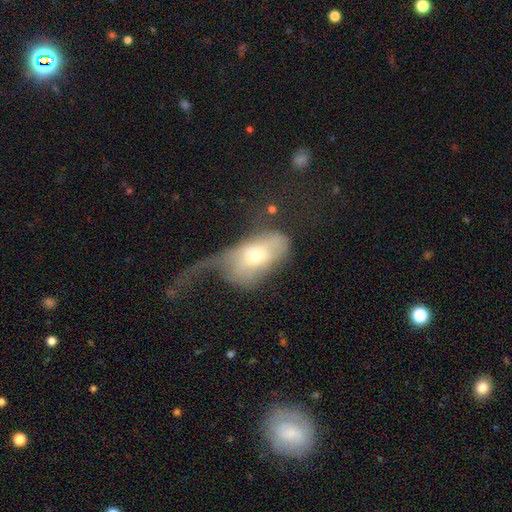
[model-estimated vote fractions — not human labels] Overall: smooth (52%; featured or disk 41%). How rounded: in between (84%). Merging: major disturbance (68%).